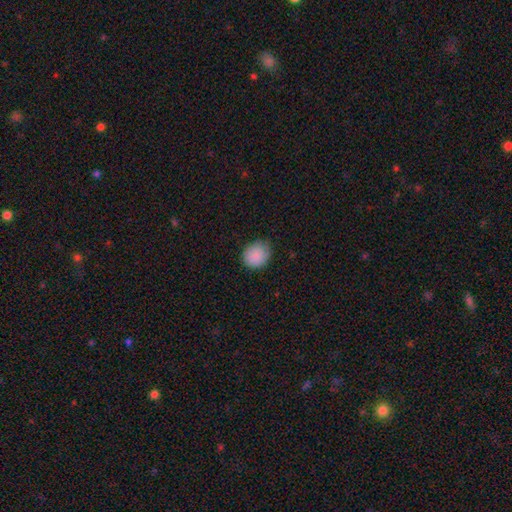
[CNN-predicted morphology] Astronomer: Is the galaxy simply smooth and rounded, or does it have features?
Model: smooth — 89%.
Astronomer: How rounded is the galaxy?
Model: round — 67%.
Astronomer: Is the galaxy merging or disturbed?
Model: none — 76%.